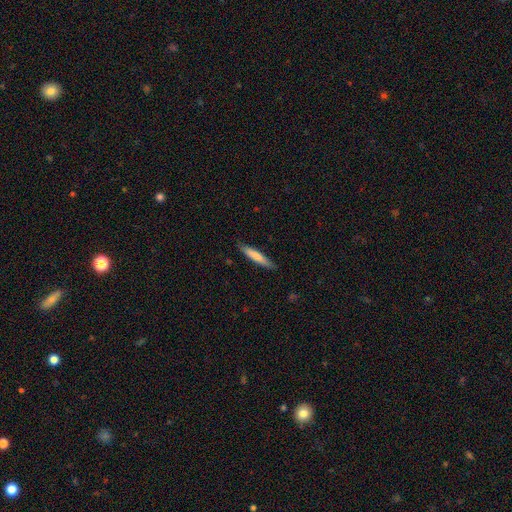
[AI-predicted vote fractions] Morphology: type=smooth (73%); roundness=cigar-shaped (92%); merging=none (86%).